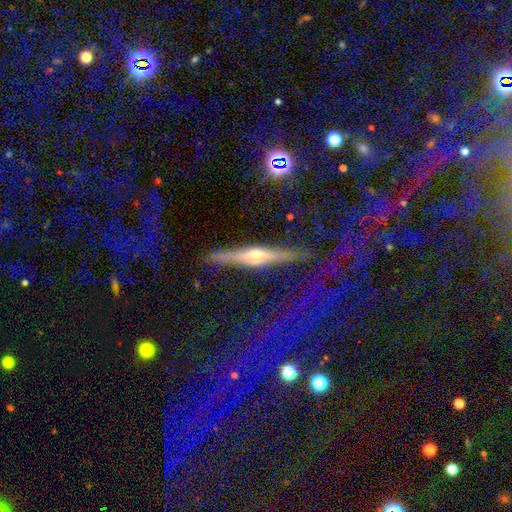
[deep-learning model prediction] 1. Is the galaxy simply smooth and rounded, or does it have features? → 71% featured or disk, 21% smooth, 8% star or artifact.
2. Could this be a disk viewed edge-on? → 94% yes, 6% no.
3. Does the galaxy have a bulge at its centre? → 82% rounded, 11% boxy, 7% none.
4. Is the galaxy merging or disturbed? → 78% none, 14% minor disturbance, 6% major disturbance, 2% merger.